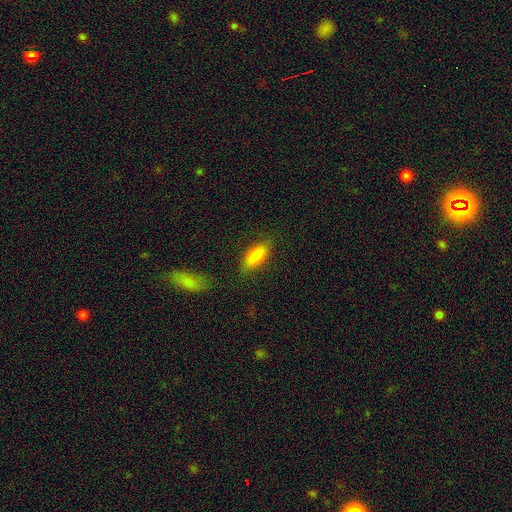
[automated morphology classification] Smooth or featured: smooth — 82% (featured or disk — 11%)
How rounded: in between — 81% (cigar-shaped — 17%)
Merging: none — 81% (minor disturbance — 13%)